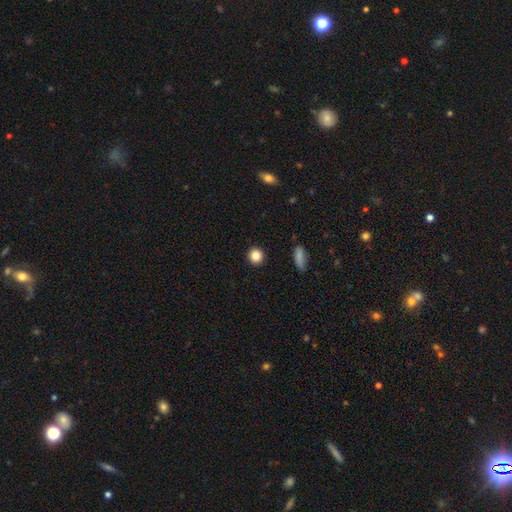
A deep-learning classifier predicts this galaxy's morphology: A smooth galaxy with no disk features (86%) that is round (90%). Merging: none (92%).